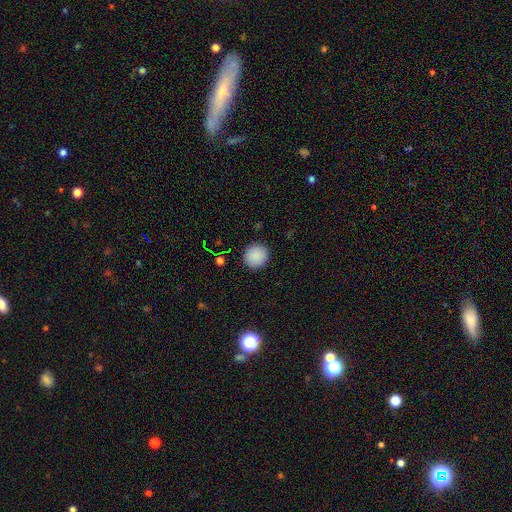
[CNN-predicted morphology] A smooth galaxy with no disk features (88%) that is round (93%).

Vote fractions:
- Smooth or featured? smooth: 88% / star or artifact: 9% / featured or disk: 4%
- How rounded? round: 93% / in between: 6% / cigar-shaped: 1%
- Merging? none: 91% / minor disturbance: 6% / major disturbance: 2% / merger: 1%